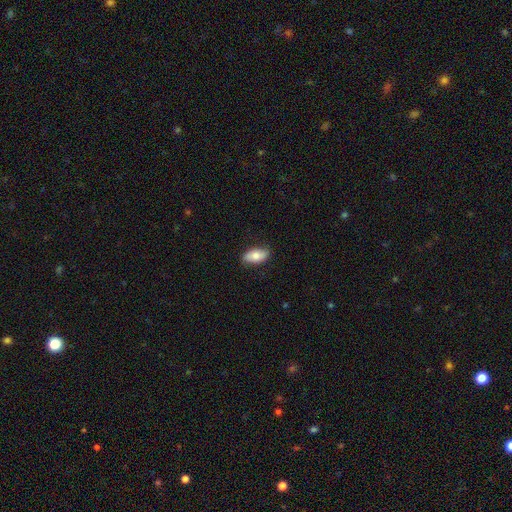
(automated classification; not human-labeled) Smooth or featured? smooth (75%)
How rounded? in between (91%)
Merging? none (83%)